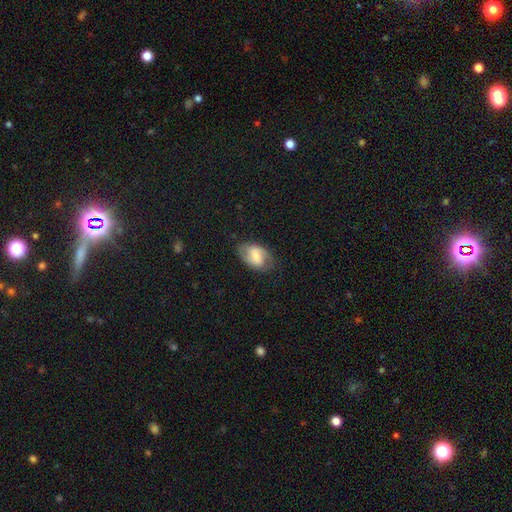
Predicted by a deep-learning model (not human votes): Overall: featured or disk (52%; smooth 41%). Edge-on disk: no (95%). Merging: none (72%).